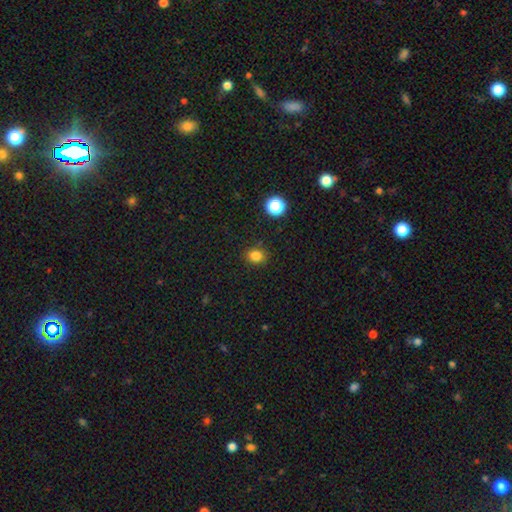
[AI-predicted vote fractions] Smooth or featured? smooth (82%)
How rounded? round (63%)
Merging? none (87%)